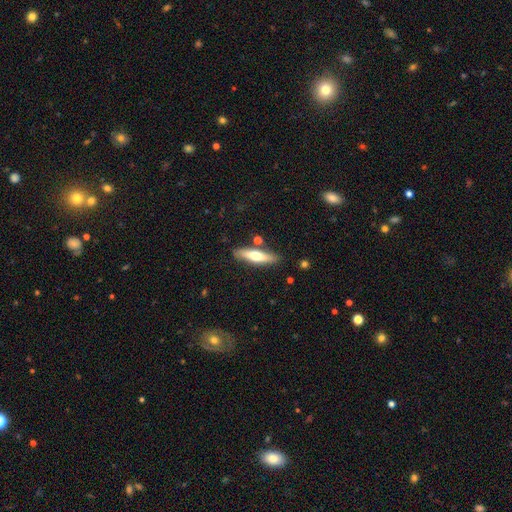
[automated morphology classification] Smooth or featured?
  - smooth: 54% *
  - featured or disk: 40%
  - star or artifact: 6%
How rounded?
  - cigar-shaped: 71% *
  - in between: 27%
  - round: 2%
Merging?
  - none: 82% *
  - minor disturbance: 11%
  - merger: 5%
  - major disturbance: 2%